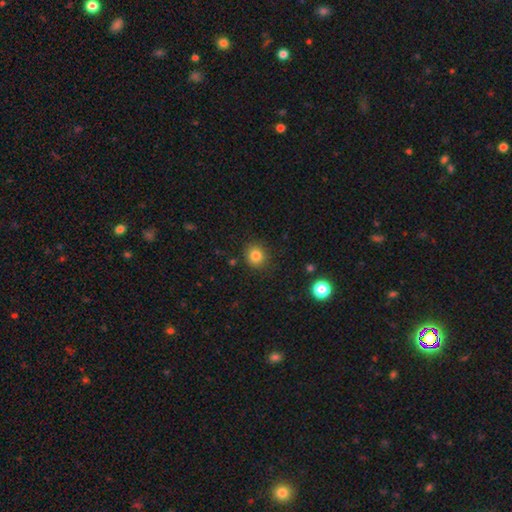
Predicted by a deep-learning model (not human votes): Smooth or featured?
  - smooth: 83% *
  - star or artifact: 11%
  - featured or disk: 6%
How rounded?
  - round: 84% *
  - in between: 15%
  - cigar-shaped: 1%
Merging?
  - none: 87% *
  - minor disturbance: 9%
  - major disturbance: 3%
  - merger: 2%